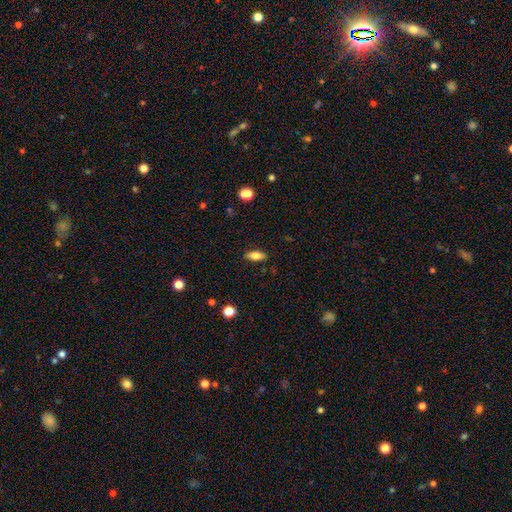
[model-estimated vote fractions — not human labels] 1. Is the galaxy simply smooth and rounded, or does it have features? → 76% smooth, 16% featured or disk, 8% star or artifact.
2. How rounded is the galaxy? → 81% in between, 15% cigar-shaped, 3% round.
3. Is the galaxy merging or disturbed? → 87% none, 9% minor disturbance, 2% major disturbance, 1% merger.